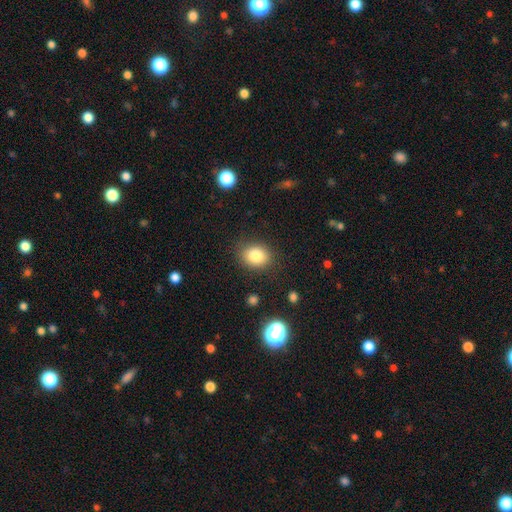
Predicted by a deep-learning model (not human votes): This appears to be a smooth galaxy with no disk features (82%) that is round (55%). Merging: none (85%).